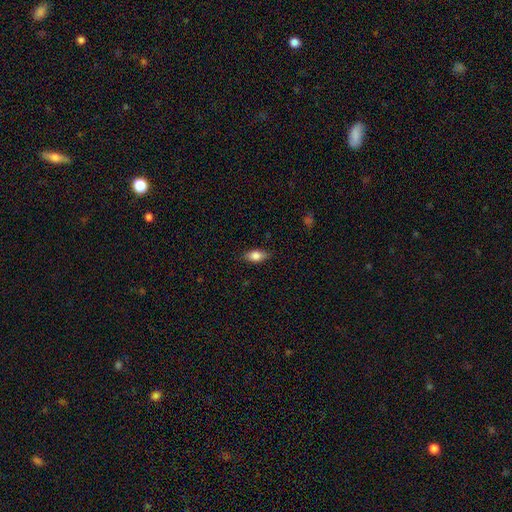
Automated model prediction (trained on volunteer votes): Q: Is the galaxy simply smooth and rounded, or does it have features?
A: smooth — 81%.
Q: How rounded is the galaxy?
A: in between — 86%.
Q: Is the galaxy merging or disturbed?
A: none — 84%.